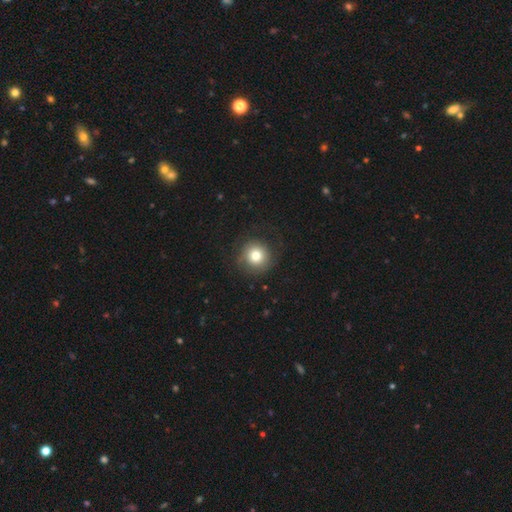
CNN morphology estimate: Smooth or featured? Predicted: smooth (p=0.76). How rounded? Predicted: round (p=0.94). Merging? Predicted: none (p=0.79).